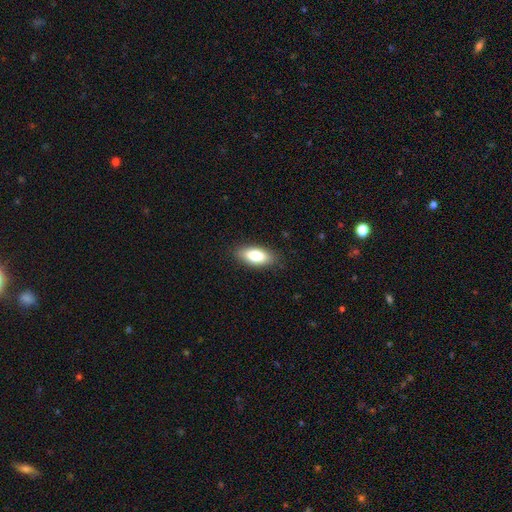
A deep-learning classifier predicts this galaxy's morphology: type=smooth (80%); roundness=in between (84%); merging=none (86%).